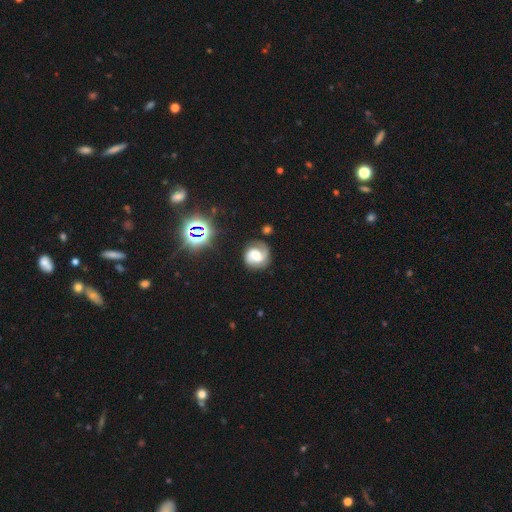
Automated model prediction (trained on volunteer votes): featured or disk 78%, smooth 14%, star or artifact 9%. Down the decision tree: edge-on disk — no (98%); bar — weak (46%); spiral arms — yes (96%); spiral arm count — 2 (81%); spiral winding — medium (47%); bulge size — moderate (48%); merging — none (75%).